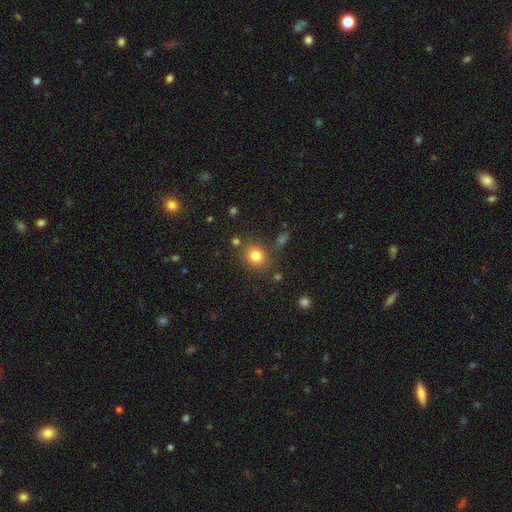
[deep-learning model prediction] smooth 80%, star or artifact 13%, featured or disk 7%. Down the decision tree: how rounded — round (76%); merging — none (80%).